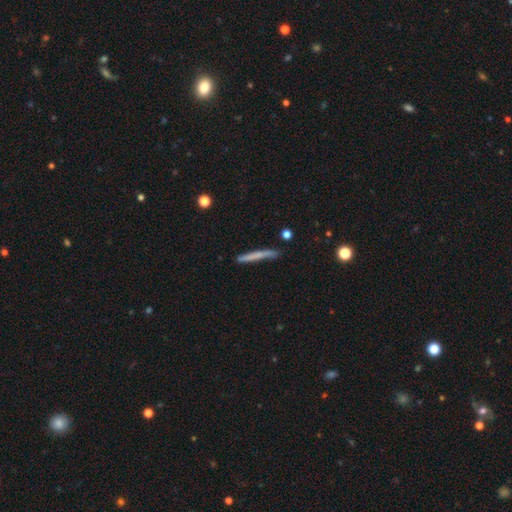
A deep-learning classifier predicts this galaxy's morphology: Q: Smooth or featured?
A: smooth (59%); runner-up: featured or disk (35%)
Q: How rounded?
A: cigar-shaped (96%); runner-up: in between (3%)
Q: Merging?
A: none (80%); runner-up: minor disturbance (15%)